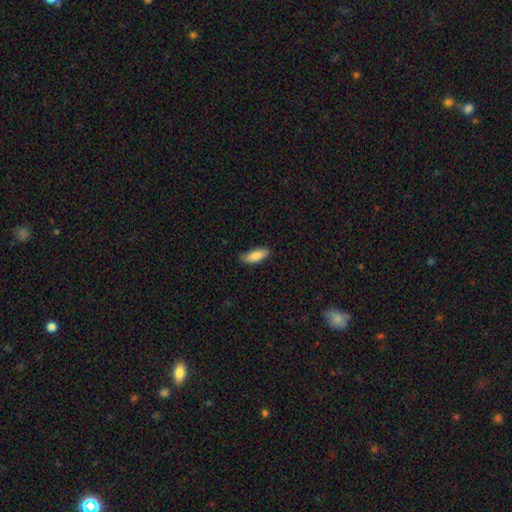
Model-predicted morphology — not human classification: This appears to be a smooth galaxy with no disk features (86%) that is in between round and cigar-shaped (72%). Merging: none (79%).